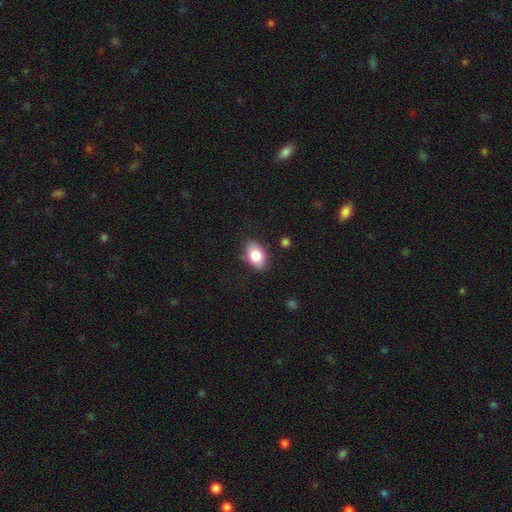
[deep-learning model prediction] Q: Smooth or featured?
A: smooth (82%); runner-up: featured or disk (10%)
Q: How rounded?
A: in between (87%); runner-up: round (12%)
Q: Merging?
A: none (81%); runner-up: minor disturbance (15%)